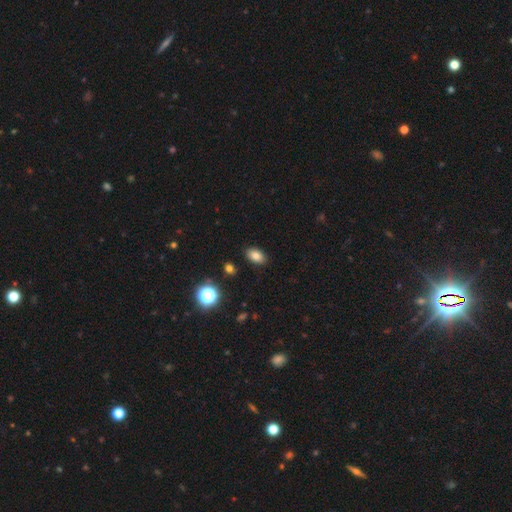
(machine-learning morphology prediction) This appears to be a smooth galaxy with no disk features (81%) that is in between round and cigar-shaped (88%). Merging: none (88%).